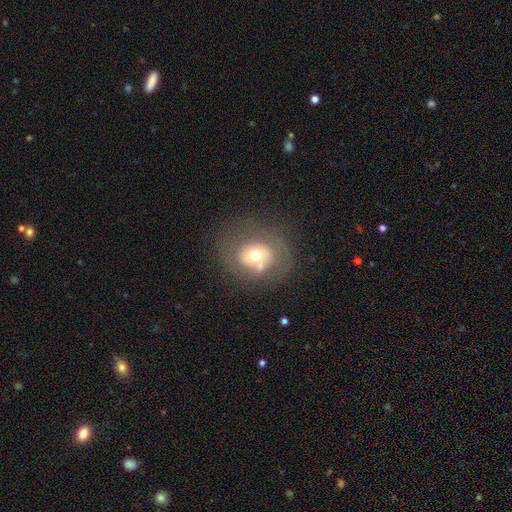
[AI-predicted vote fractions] The model was most divided on "smooth or featured": smooth: 49%, featured or disk: 40%, star or artifact: 11%. More confident: merging — none (58%).